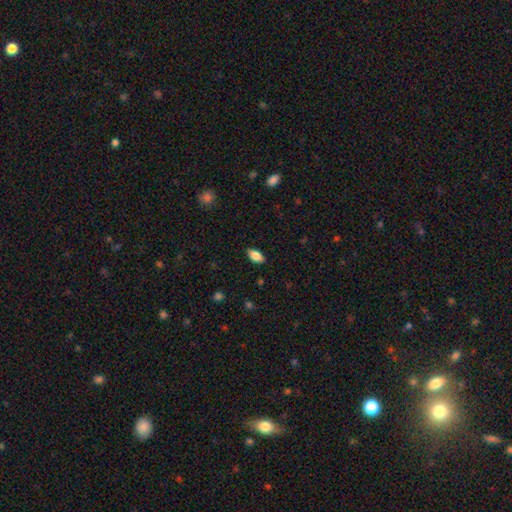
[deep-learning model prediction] This appears to be a smooth galaxy with no disk features (83%) that is in between round and cigar-shaped (90%). Merging: none (87%).